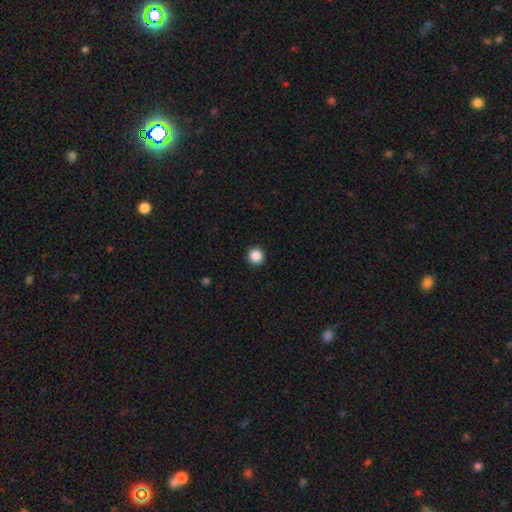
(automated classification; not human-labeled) Smooth or featured? Predicted: smooth (p=0.87). How rounded? Predicted: round (p=0.94). Merging? Predicted: none (p=0.93).